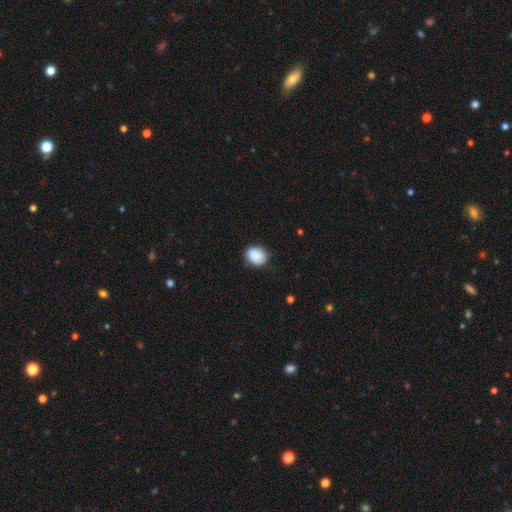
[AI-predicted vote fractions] smooth_or_featured: smooth (p=0.89) [alt: star or artifact p=0.07]
how_rounded: round (p=0.52) [alt: in between p=0.47]
merging: none (p=0.81) [alt: minor disturbance p=0.15]